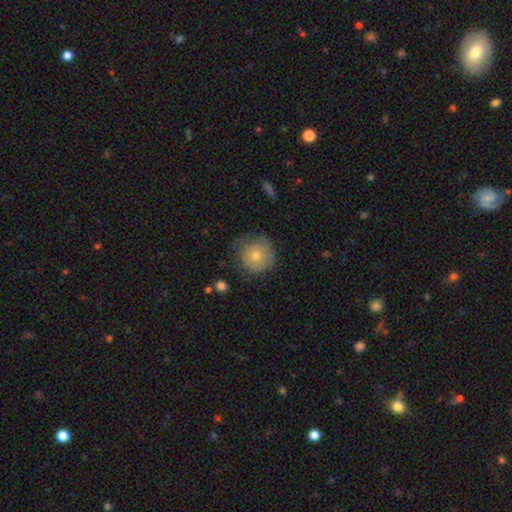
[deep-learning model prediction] Smooth or featured: smooth — 57% (featured or disk — 34%)
How rounded: round — 93% (in between — 6%)
Merging: none — 70% (minor disturbance — 21%)